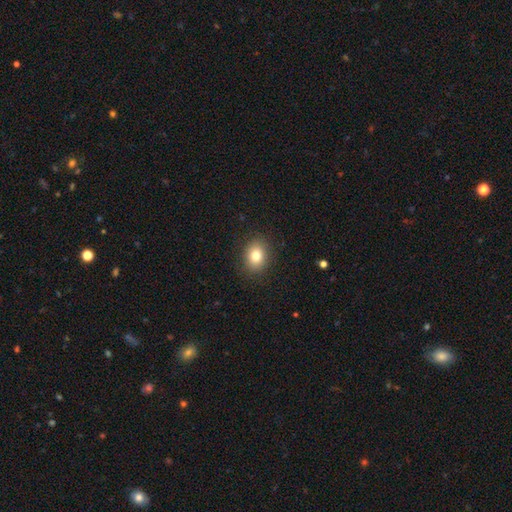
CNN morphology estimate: A smooth galaxy with no disk features (81%) that is in between round and cigar-shaped (54%).

Vote fractions:
- Smooth or featured? smooth: 81% / star or artifact: 10% / featured or disk: 9%
- How rounded? in between: 54% / round: 45% / cigar-shaped: 1%
- Merging? none: 89% / minor disturbance: 8% / major disturbance: 2% / merger: 1%